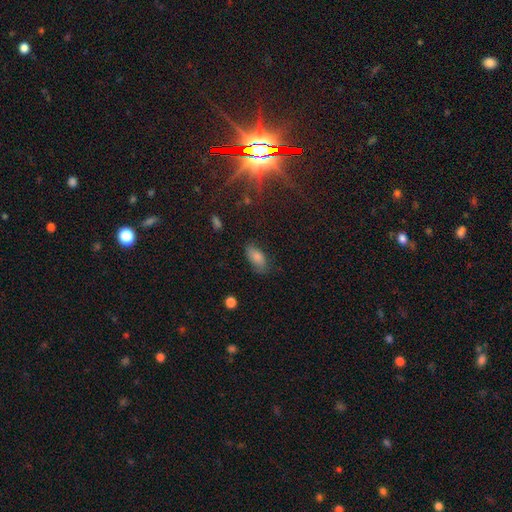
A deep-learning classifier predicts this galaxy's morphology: A smooth galaxy with no disk features (78%) that is in between round and cigar-shaped (90%).

Vote fractions:
- Smooth or featured? smooth: 78% / star or artifact: 11% / featured or disk: 11%
- How rounded? in between: 90% / cigar-shaped: 7% / round: 3%
- Merging? none: 74% / minor disturbance: 19% / major disturbance: 5% / merger: 2%